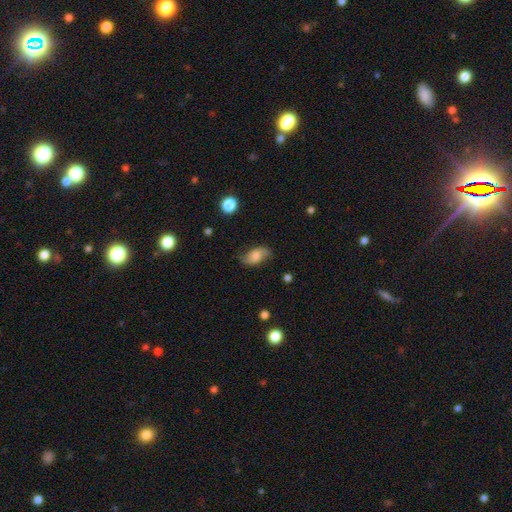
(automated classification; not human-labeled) This appears to be a smooth galaxy with no disk features (55%) that is in between round and cigar-shaped (89%). Merging: none (69%).